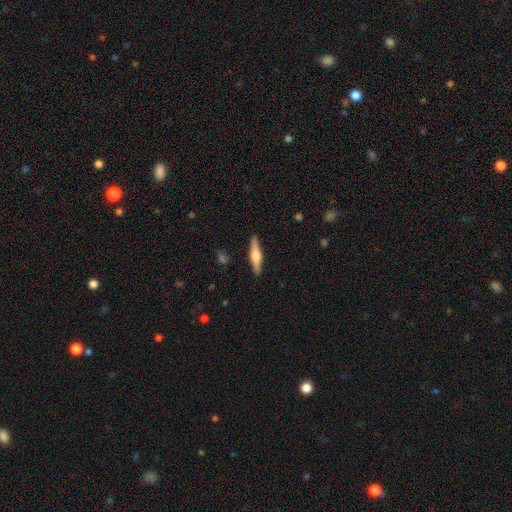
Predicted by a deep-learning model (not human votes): Q: Smooth or featured?
A: featured or disk (61%); runner-up: smooth (34%)
Q: Edge-on disk?
A: yes (97%); runner-up: no (3%)
Q: Edge-on bulge?
A: rounded (88%); runner-up: boxy (9%)
Q: Merging?
A: none (90%); runner-up: minor disturbance (7%)